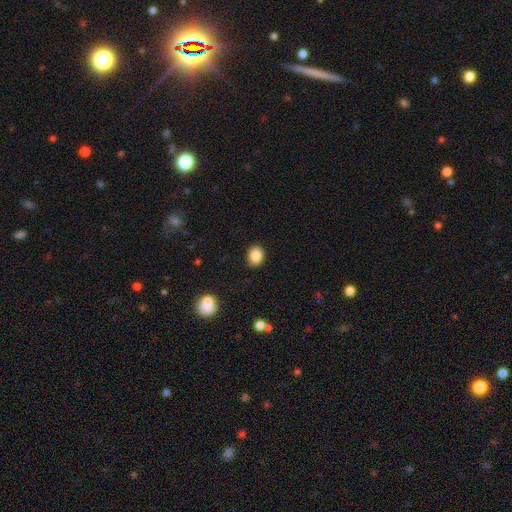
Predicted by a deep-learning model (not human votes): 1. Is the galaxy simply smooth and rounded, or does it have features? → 85% smooth, 10% star or artifact, 5% featured or disk.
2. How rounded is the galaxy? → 63% round, 36% in between, 1% cigar-shaped.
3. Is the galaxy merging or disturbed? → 89% none, 8% minor disturbance, 2% major disturbance, 1% merger.